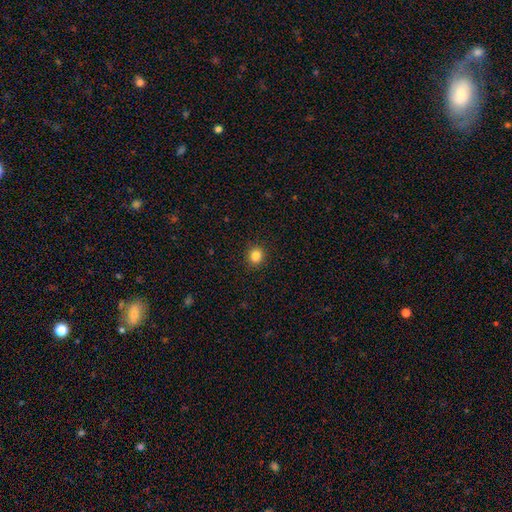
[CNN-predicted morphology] smooth-or-featured: smooth: 84% | star or artifact: 11% | featured or disk: 4%
  how-rounded: round: 86% | in between: 13% | cigar-shaped: 1%
  merging: none: 92% | minor disturbance: 6% | major disturbance: 2% | merger: 1%